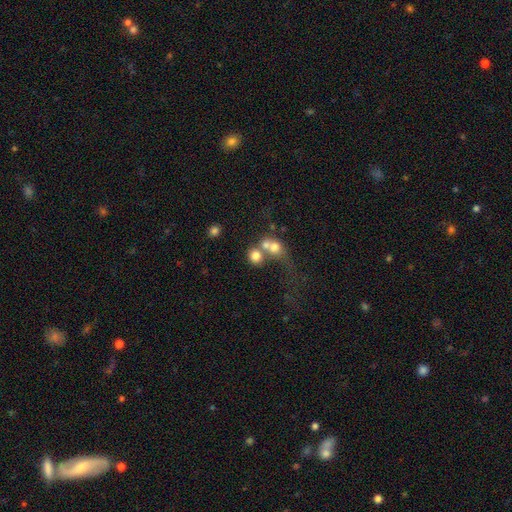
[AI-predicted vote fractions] Smooth or featured? smooth (71%)
How rounded? round (79%)
Merging? merger (56%)